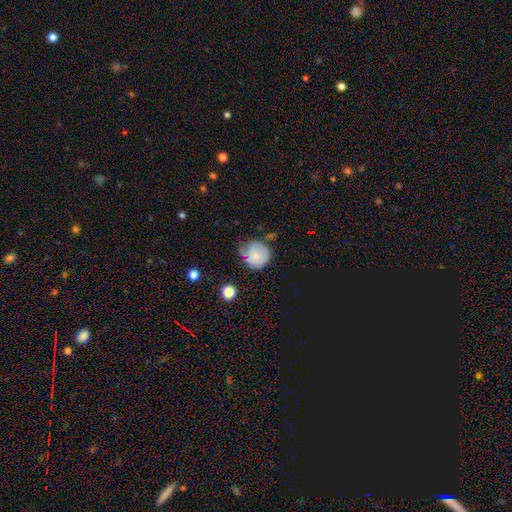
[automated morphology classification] A smooth galaxy with no disk features (72%) that is round (84%). Merging: none (49%).